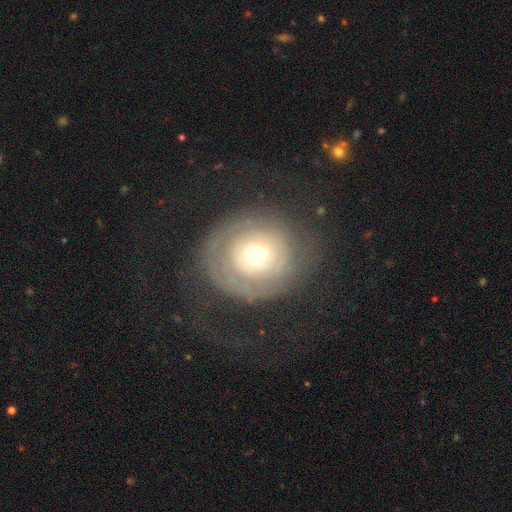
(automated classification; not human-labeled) The model was most divided on "bulge size": moderate: 46%, small: 40%, large: 10%, dominant: 3%, none: 1%. More confident: edge-on disk — no (96%); bar — no (80%); spiral arms — yes (68%); smooth or featured — featured or disk (66%); merging — none (62%).